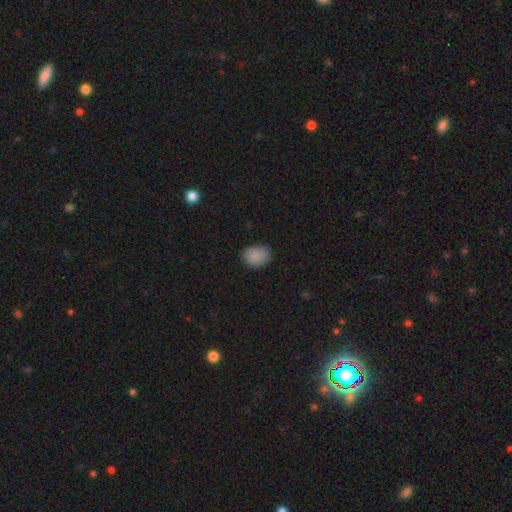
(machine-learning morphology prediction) type=smooth (87%); roundness=in between (71%); merging=none (81%).